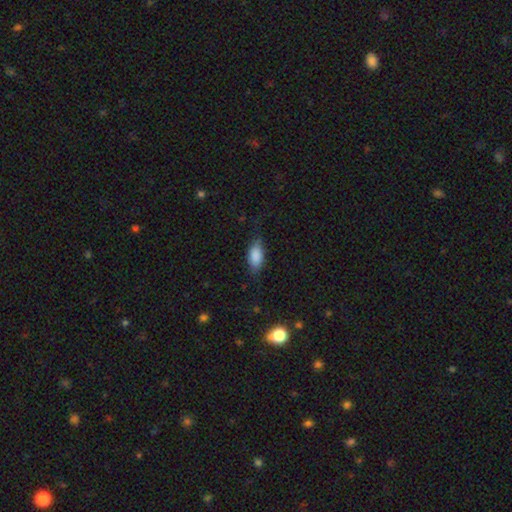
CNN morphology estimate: Smooth or featured? Predicted: smooth (p=0.84). How rounded? Predicted: in between (p=0.88). Merging? Predicted: none (p=0.72).